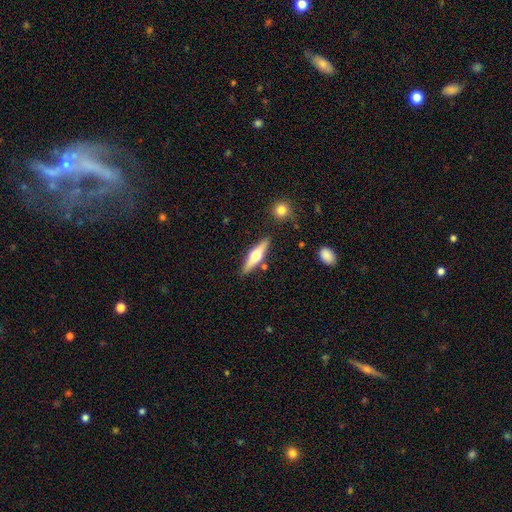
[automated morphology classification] A featured or disk galaxy (55%) viewed edge-on (94%) with a rounded central bulge (94%). Merging: none (84%).